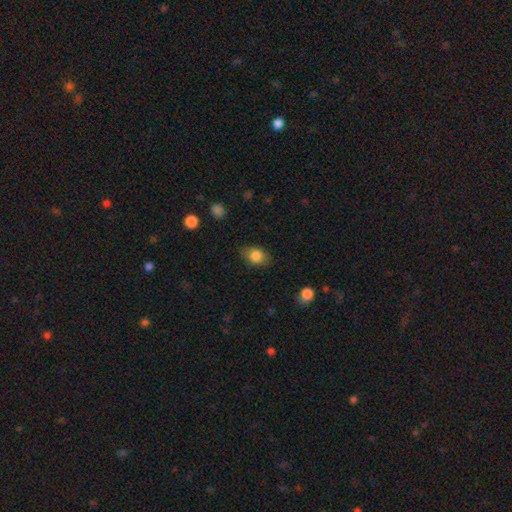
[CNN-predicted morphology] smooth 81%, featured or disk 10%, star or artifact 8%. Down the decision tree: how rounded — in between (75%); merging — none (78%).